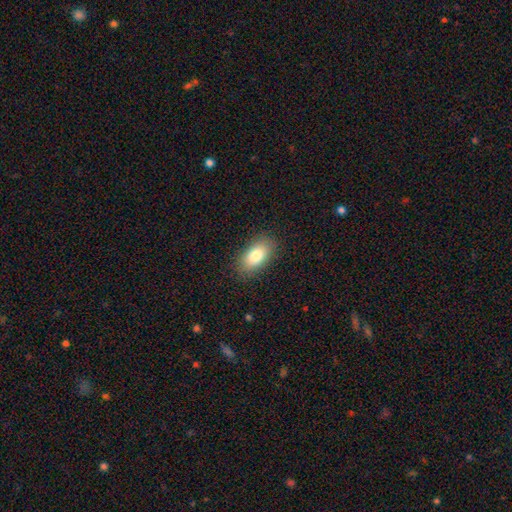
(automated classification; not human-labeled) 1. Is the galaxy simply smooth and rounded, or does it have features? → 81% smooth, 11% featured or disk, 7% star or artifact.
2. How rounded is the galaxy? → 91% in between, 5% cigar-shaped, 4% round.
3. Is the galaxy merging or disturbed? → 87% none, 9% minor disturbance, 3% major disturbance, 1% merger.